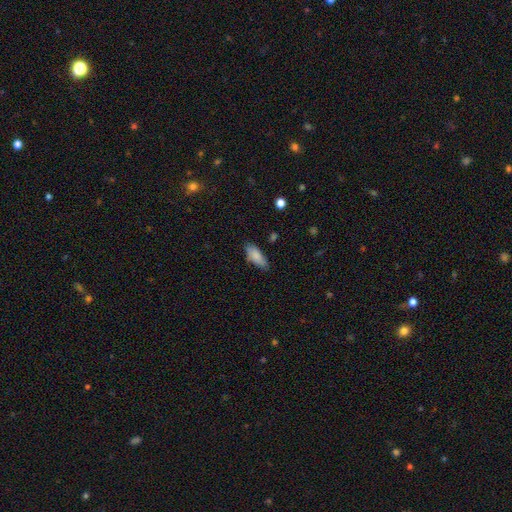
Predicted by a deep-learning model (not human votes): Morphology: type=smooth (83%); roundness=in between (78%); merging=none (76%).